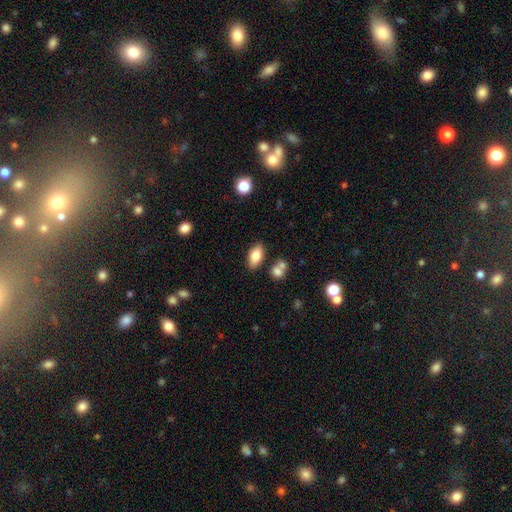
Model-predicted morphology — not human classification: Overall: smooth (81%). How rounded: in between (91%). Merging: none (76%).